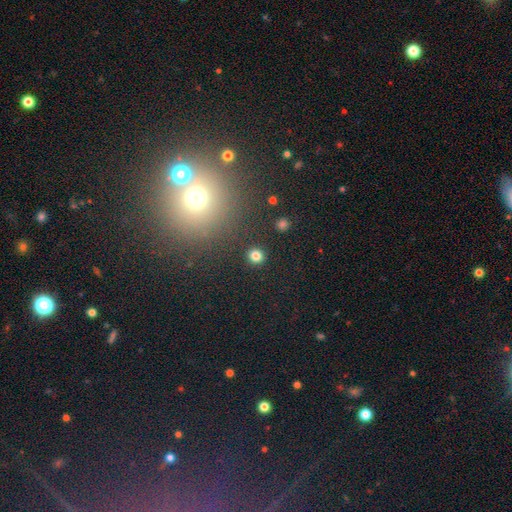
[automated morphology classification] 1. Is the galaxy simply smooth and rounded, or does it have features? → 81% smooth, 14% star or artifact, 5% featured or disk.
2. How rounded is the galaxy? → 89% round, 10% in between, 1% cigar-shaped.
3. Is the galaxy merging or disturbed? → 91% none, 5% minor disturbance, 2% major disturbance, 2% merger.